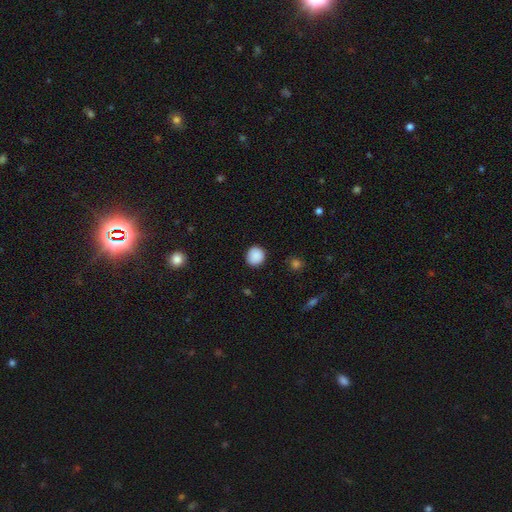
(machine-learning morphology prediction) Smooth or featured? Predicted: smooth (p=0.89). How rounded? Predicted: round (p=0.87). Merging? Predicted: none (p=0.89).